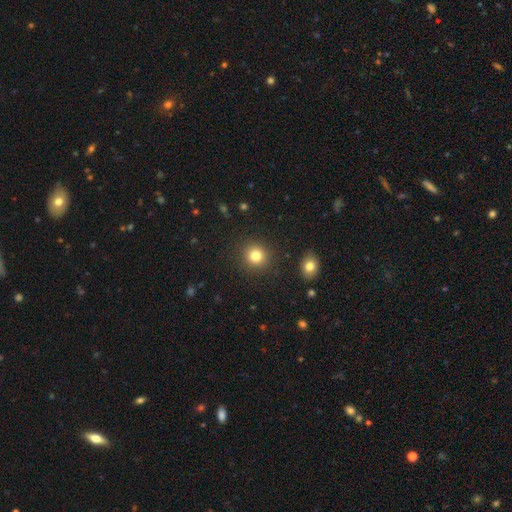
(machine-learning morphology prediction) A smooth galaxy with no disk features (82%) that is round (92%).

Vote fractions:
- Smooth or featured? smooth: 82% / star or artifact: 12% / featured or disk: 6%
- How rounded? round: 92% / in between: 7% / cigar-shaped: 1%
- Merging? none: 90% / minor disturbance: 6% / major disturbance: 3% / merger: 2%